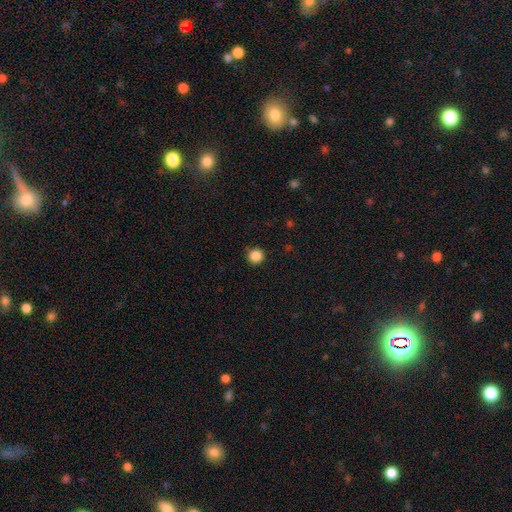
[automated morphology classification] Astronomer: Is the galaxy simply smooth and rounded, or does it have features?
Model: smooth — 86%.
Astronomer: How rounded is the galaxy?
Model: round — 95%.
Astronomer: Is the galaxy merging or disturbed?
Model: none — 90%.